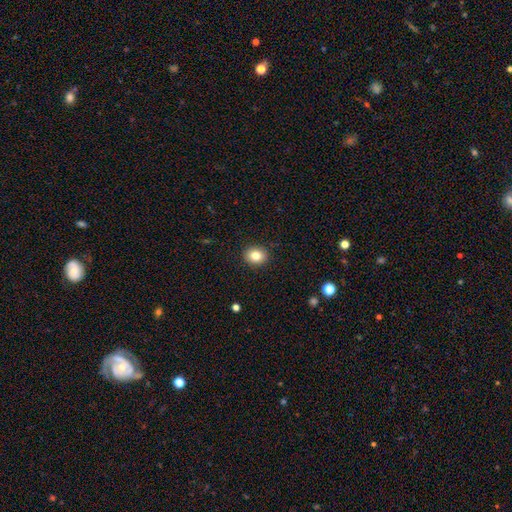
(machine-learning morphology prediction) smooth_or_featured: smooth (p=0.82) [alt: star or artifact p=0.10]
how_rounded: round (p=0.64) [alt: in between p=0.35]
merging: none (p=0.90) [alt: minor disturbance p=0.07]